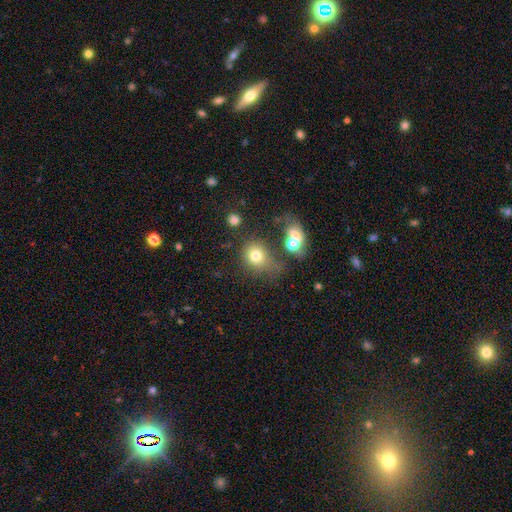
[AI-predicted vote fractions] A smooth galaxy with no disk features (74%) that is round (70%).

Vote fractions:
- Smooth or featured? smooth: 74% / star or artifact: 15% / featured or disk: 12%
- How rounded? round: 70% / in between: 29% / cigar-shaped: 1%
- Merging? none: 43% / merger: 22% / minor disturbance: 18% / major disturbance: 17%